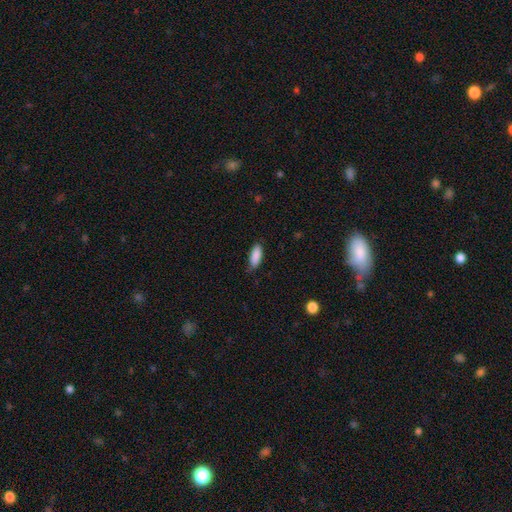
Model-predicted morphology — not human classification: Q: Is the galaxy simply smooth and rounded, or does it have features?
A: smooth — 89%.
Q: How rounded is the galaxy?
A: in between — 75%.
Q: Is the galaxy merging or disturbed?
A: none — 75%.